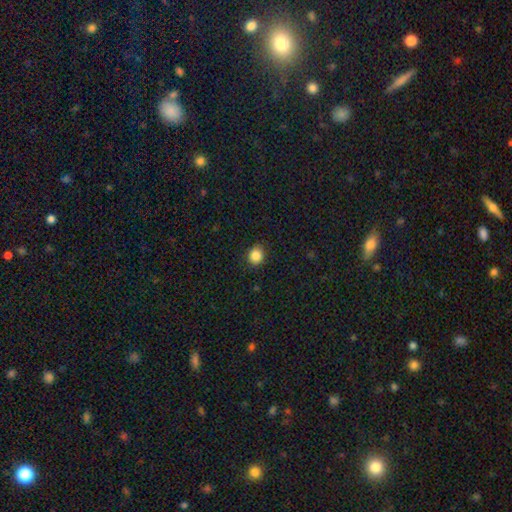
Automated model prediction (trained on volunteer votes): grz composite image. It shows a smooth galaxy with no disk features (86%) that is round (75%). Merging: none (87%).